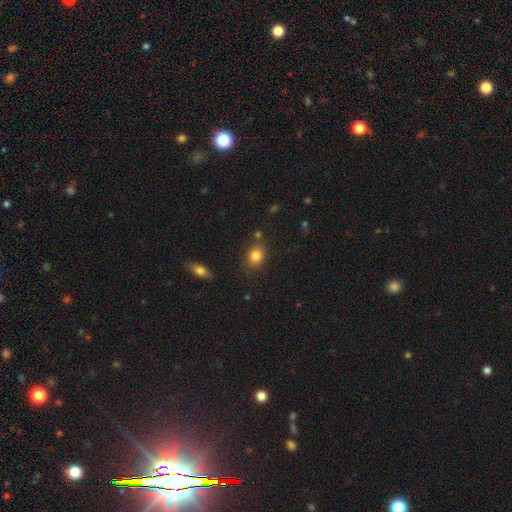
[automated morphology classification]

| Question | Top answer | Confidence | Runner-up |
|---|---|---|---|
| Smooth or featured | smooth | 83% | star or artifact (10%) |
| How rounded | in between | 58% | round (41%) |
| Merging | none | 79% | minor disturbance (13%) |